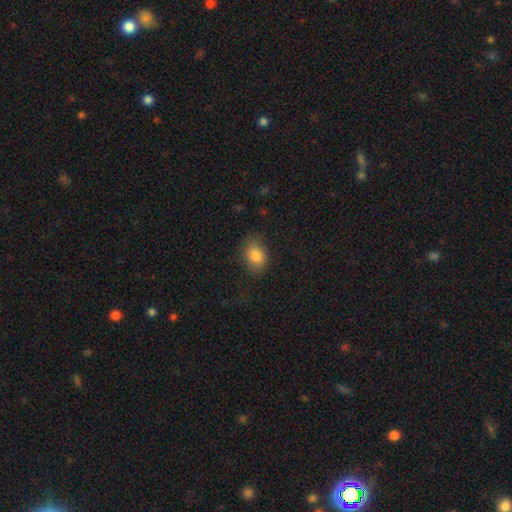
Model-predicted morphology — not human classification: Smooth or featured: smooth — 84% (star or artifact — 9%)
How rounded: in between — 69% (round — 30%)
Merging: none — 77% (minor disturbance — 16%)